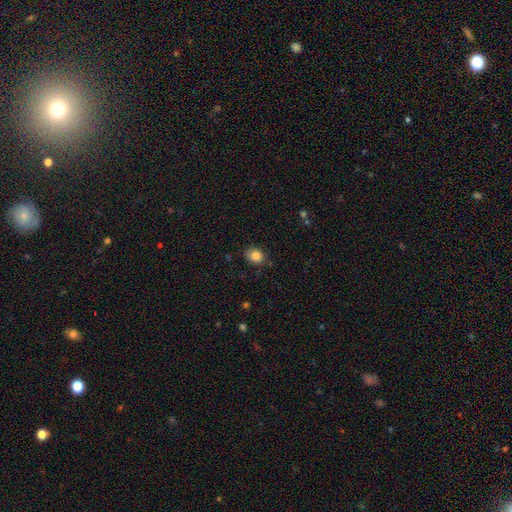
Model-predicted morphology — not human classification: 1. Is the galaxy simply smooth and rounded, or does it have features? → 86% smooth, 10% star or artifact, 4% featured or disk.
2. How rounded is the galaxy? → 60% round, 39% in between, 1% cigar-shaped.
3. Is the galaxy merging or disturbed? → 75% none, 19% minor disturbance, 4% major disturbance, 2% merger.